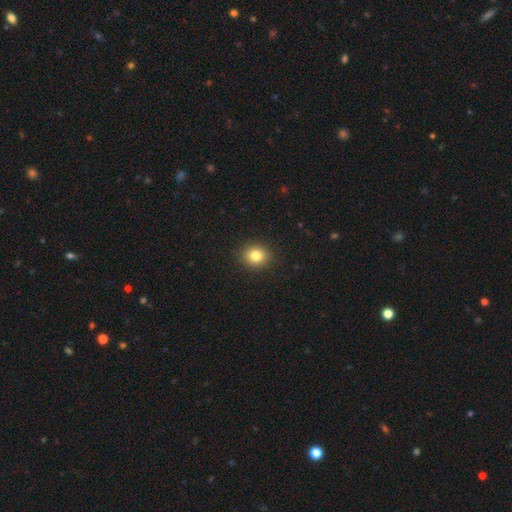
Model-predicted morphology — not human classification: Smooth or featured? Predicted: smooth (p=0.82). How rounded? Predicted: round (p=0.78). Merging? Predicted: none (p=0.91).